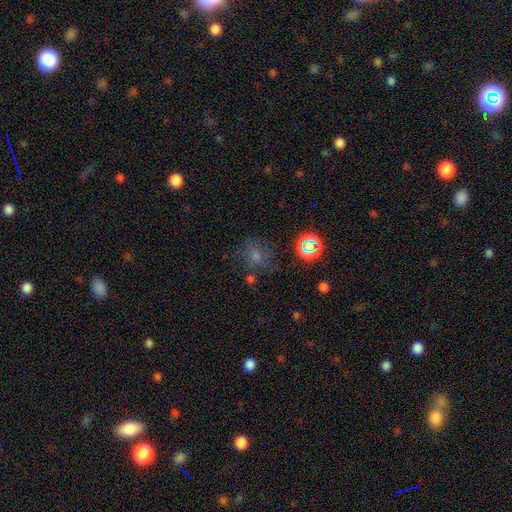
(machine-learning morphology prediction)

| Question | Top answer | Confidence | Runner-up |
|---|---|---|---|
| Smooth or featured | smooth | 47% | star or artifact (39%) |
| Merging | none | 71% | minor disturbance (16%) |